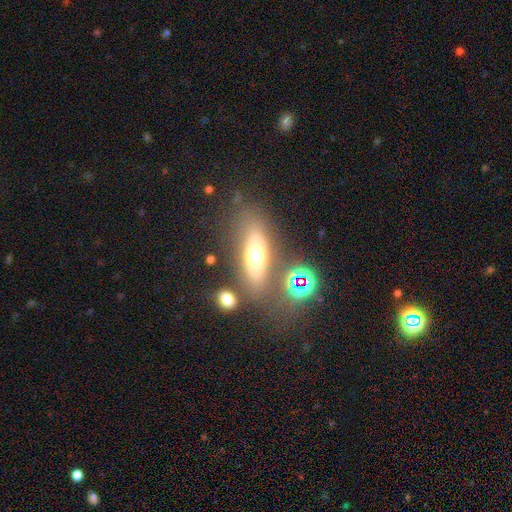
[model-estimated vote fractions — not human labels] Smooth or featured?
  - smooth: 54% *
  - featured or disk: 32%
  - star or artifact: 14%
How rounded?
  - in between: 60% *
  - cigar-shaped: 31%
  - round: 9%
Merging?
  - none: 71% *
  - minor disturbance: 13%
  - merger: 8%
  - major disturbance: 8%